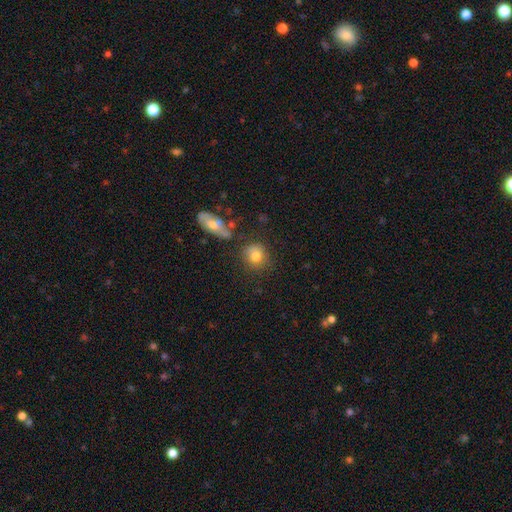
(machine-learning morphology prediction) A smooth galaxy with no disk features (78%) that is round (81%).

Vote fractions:
- Smooth or featured? smooth: 78% / featured or disk: 11% / star or artifact: 10%
- How rounded? round: 81% / in between: 17% / cigar-shaped: 2%
- Merging? none: 73% / minor disturbance: 14% / merger: 9% / major disturbance: 5%